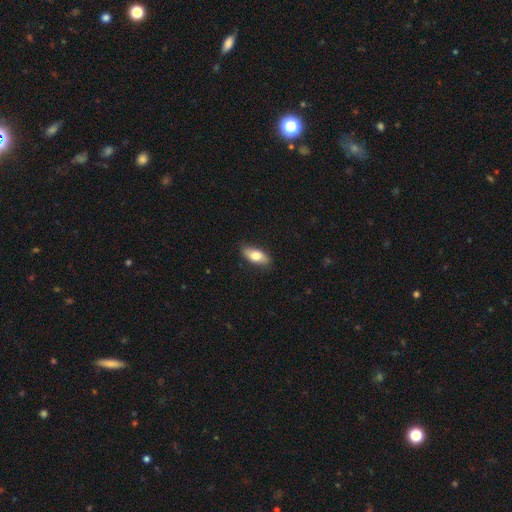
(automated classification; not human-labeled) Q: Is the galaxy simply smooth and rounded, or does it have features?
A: smooth — 76%.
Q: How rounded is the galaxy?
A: in between — 83%.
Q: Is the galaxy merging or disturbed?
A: none — 85%.